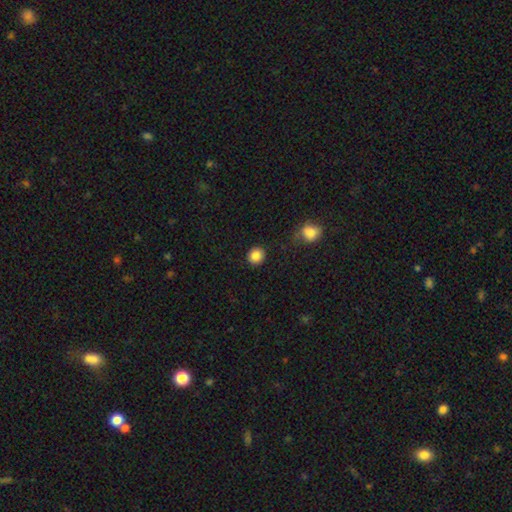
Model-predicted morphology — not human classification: Smooth or featured?
  - smooth: 86% *
  - star or artifact: 10%
  - featured or disk: 4%
How rounded?
  - round: 89% *
  - in between: 10%
  - cigar-shaped: 1%
Merging?
  - none: 89% *
  - minor disturbance: 7%
  - major disturbance: 2%
  - merger: 2%